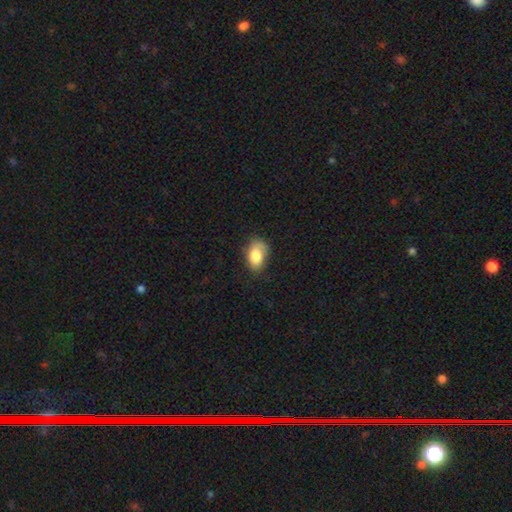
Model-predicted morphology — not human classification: This appears to be a smooth galaxy with no disk features (83%) that is in between round and cigar-shaped (88%). Merging: none (63%).